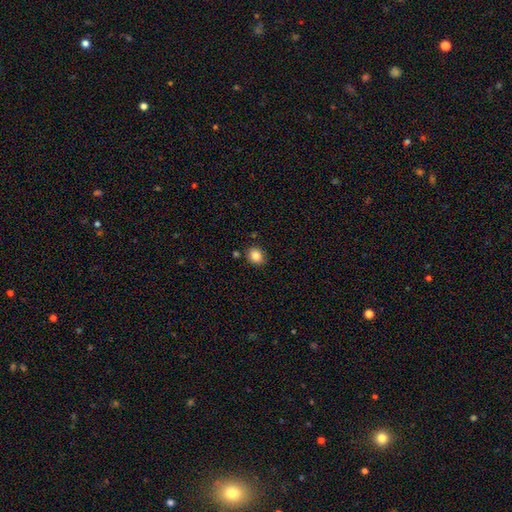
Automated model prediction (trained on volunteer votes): A smooth galaxy with no disk features (85%) that is round (66%).

Vote fractions:
- Smooth or featured? smooth: 85% / star or artifact: 10% / featured or disk: 5%
- How rounded? round: 66% / in between: 33% / cigar-shaped: 1%
- Merging? none: 84% / minor disturbance: 10% / merger: 4% / major disturbance: 2%